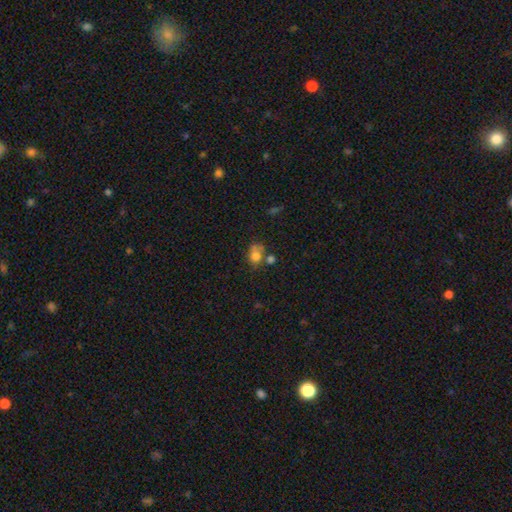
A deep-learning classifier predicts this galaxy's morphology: A smooth galaxy with no disk features (72%) that is in between round and cigar-shaped (52%). Merging: none (35%).